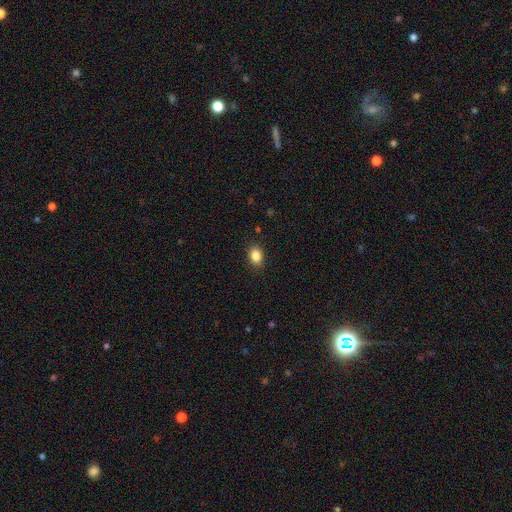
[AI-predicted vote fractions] Smooth or featured: smooth — 86% (star or artifact — 9%)
How rounded: in between — 73% (round — 26%)
Merging: none — 88% (minor disturbance — 9%)